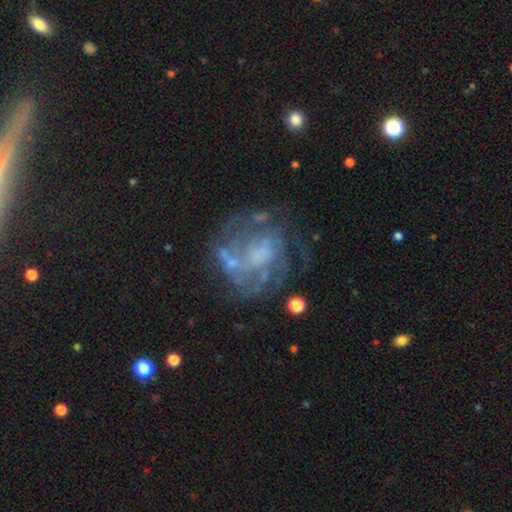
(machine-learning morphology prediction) Smooth or featured? featured or disk (75%)
Edge-on disk? no (98%)
Bar? no (65%)
Spiral arms? yes (68%)
Spiral winding? tight (44%)
Spiral arm count? can't tell (47%)
Bulge size? none (43%)
Merging? none (56%)